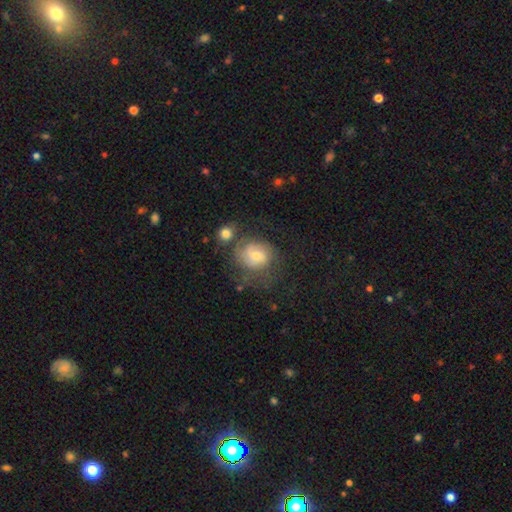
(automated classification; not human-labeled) Q: Smooth or featured?
A: featured or disk (52%); runner-up: smooth (38%)
Q: Edge-on disk?
A: no (97%); runner-up: yes (3%)
Q: Bar?
A: no (63%); runner-up: weak (31%)
Q: Spiral arms?
A: yes (77%); runner-up: no (23%)
Q: Bulge size?
A: moderate (55%); runner-up: small (37%)
Q: Merging?
A: none (53%); runner-up: minor disturbance (22%)